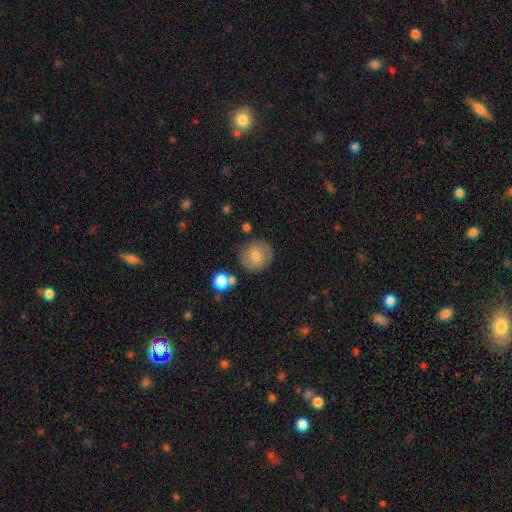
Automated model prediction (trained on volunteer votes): Smooth or featured? Predicted: smooth (p=0.70). How rounded? Predicted: round (p=0.91). Merging? Predicted: none (p=0.81).